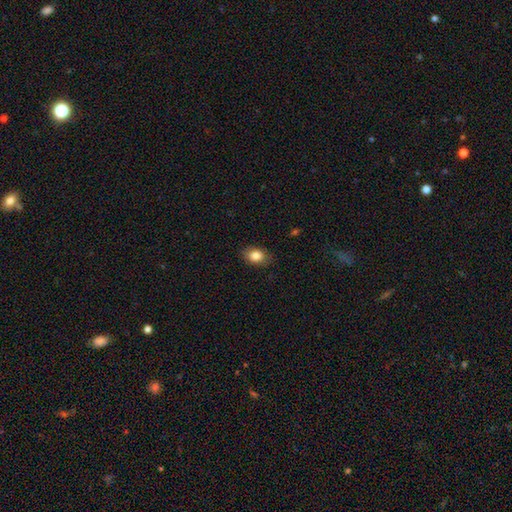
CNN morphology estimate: Smooth or featured: smooth — 84% (star or artifact — 9%)
How rounded: in between — 73% (round — 25%)
Merging: none — 85% (minor disturbance — 12%)